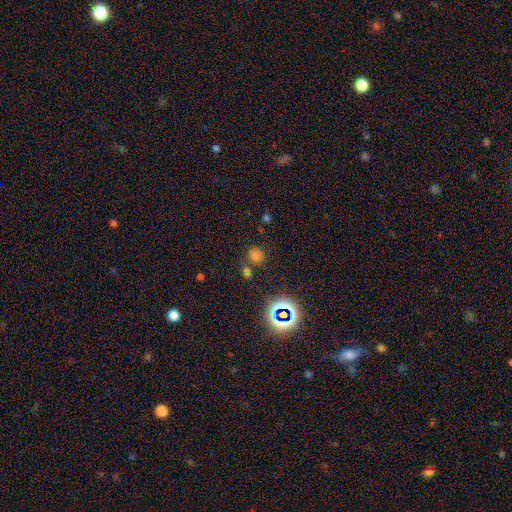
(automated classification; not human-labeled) smooth_or_featured: smooth (p=0.60) [alt: star or artifact p=0.33]
how_rounded: round (p=0.84) [alt: in between p=0.15]
merging: none (p=0.69) [alt: merger p=0.16]